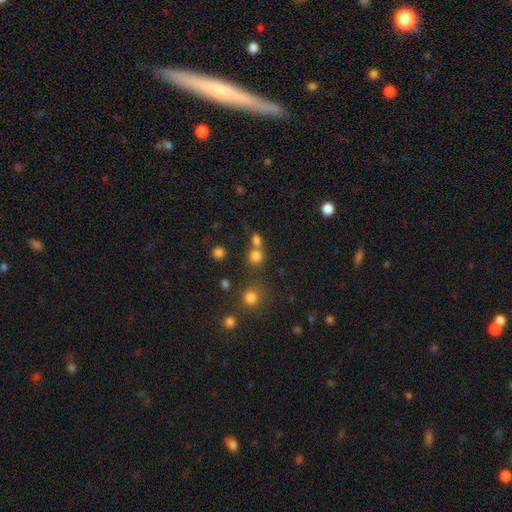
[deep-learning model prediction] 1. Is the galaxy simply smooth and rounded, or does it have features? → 77% smooth, 16% star or artifact, 7% featured or disk.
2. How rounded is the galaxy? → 83% round, 16% in between, 1% cigar-shaped.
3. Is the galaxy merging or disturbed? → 54% none, 35% merger, 7% minor disturbance, 4% major disturbance.